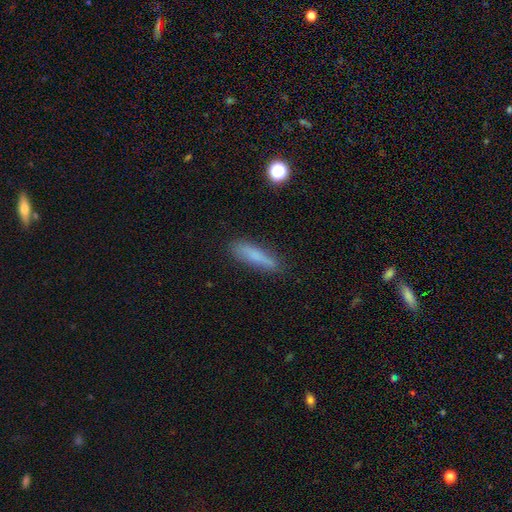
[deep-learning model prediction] Smooth or featured? smooth (76%)
How rounded? cigar-shaped (79%)
Merging? none (80%)